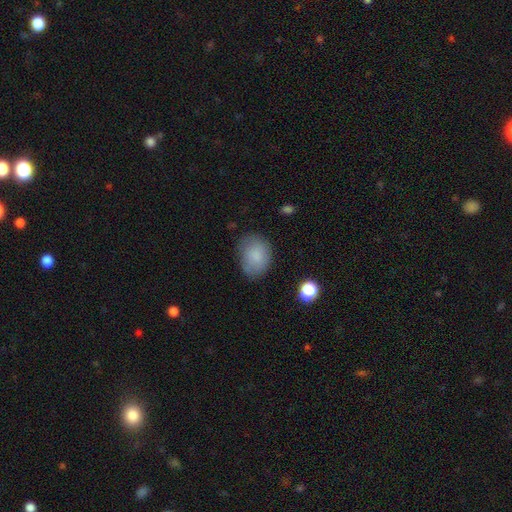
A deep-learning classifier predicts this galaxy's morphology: This appears to be a smooth galaxy with no disk features (82%) that is in between round and cigar-shaped (66%). Merging: none (70%).